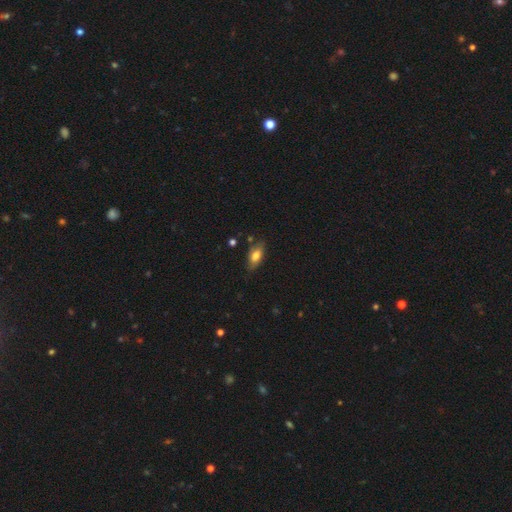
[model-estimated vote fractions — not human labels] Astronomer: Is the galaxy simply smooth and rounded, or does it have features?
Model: smooth — 74%.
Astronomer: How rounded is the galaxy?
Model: in between — 86%.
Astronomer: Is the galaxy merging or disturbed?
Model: none — 73%.